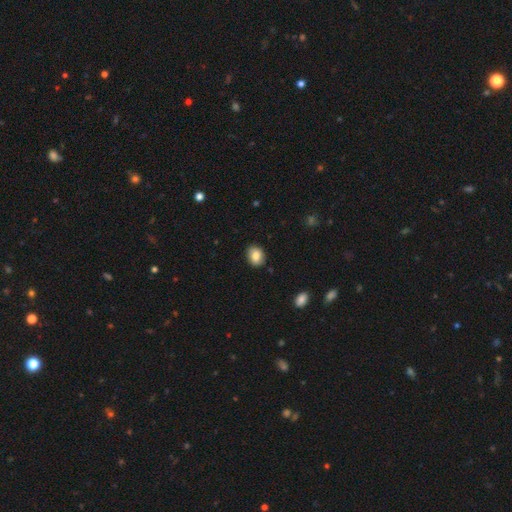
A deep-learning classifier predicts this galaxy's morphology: A smooth galaxy with no disk features (83%) that is in between round and cigar-shaped (50%). Merging: none (87%).